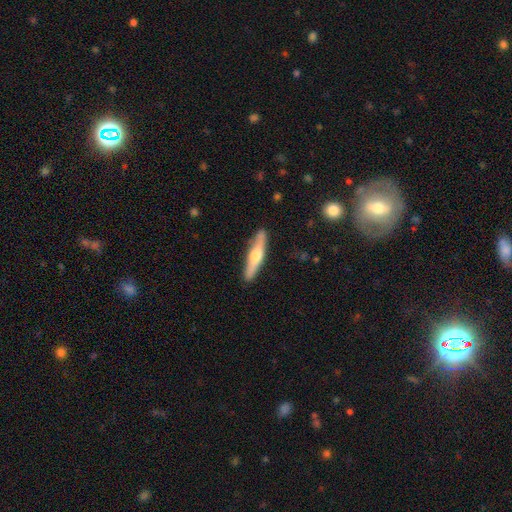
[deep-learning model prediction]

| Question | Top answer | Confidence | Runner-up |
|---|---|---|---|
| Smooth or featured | featured or disk | 49% | smooth (46%) |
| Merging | none | 87% | minor disturbance (9%) |